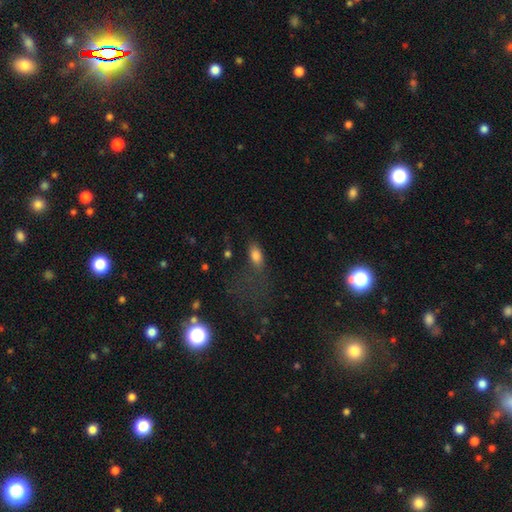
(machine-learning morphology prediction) smooth 81%, star or artifact 10%, featured or disk 9%. Down the decision tree: how rounded — in between (83%); merging — none (47%).